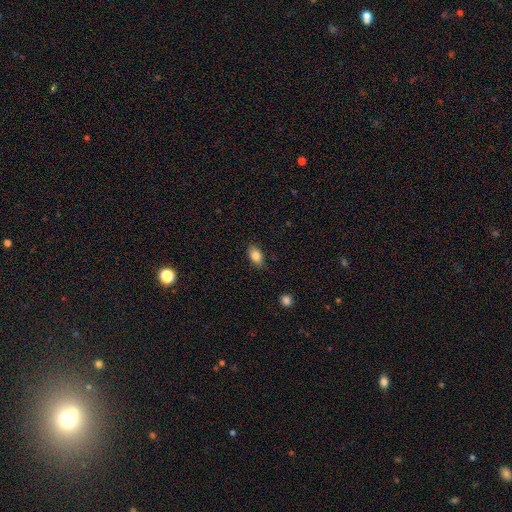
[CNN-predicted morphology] This appears to be a smooth galaxy with no disk features (84%) that is in between round and cigar-shaped (88%). Merging: none (80%).